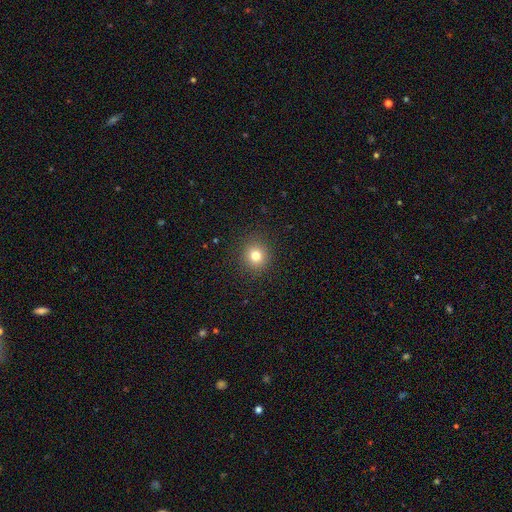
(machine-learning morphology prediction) A smooth galaxy with no disk features (79%) that is round (91%).

Vote fractions:
- Smooth or featured? smooth: 79% / star or artifact: 14% / featured or disk: 7%
- How rounded? round: 91% / in between: 8% / cigar-shaped: 1%
- Merging? none: 91% / minor disturbance: 6% / major disturbance: 2% / merger: 1%